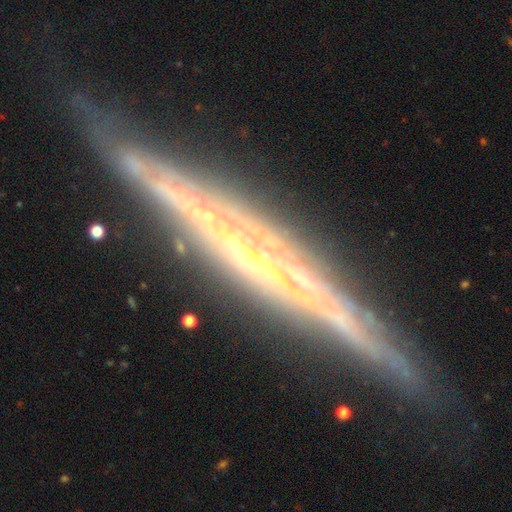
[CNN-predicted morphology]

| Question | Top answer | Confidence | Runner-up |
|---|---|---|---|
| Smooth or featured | featured or disk | 86% | smooth (7%) |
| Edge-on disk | yes | 96% | no (4%) |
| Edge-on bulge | none | 58% | rounded (24%) |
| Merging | none | 83% | minor disturbance (12%) |